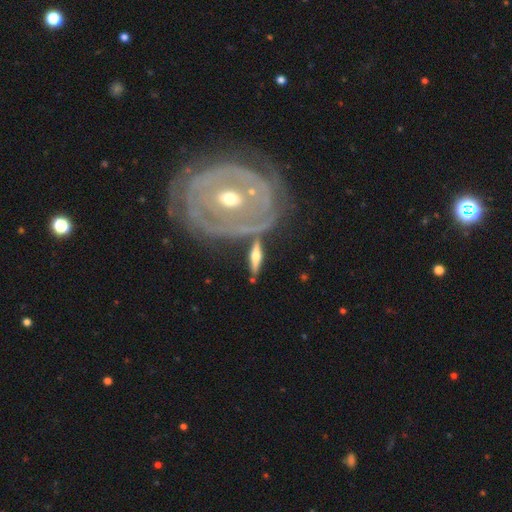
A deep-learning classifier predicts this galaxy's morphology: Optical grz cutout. It shows a featured or disk galaxy (62%) viewed edge-on (80%). Merging: none (64%).